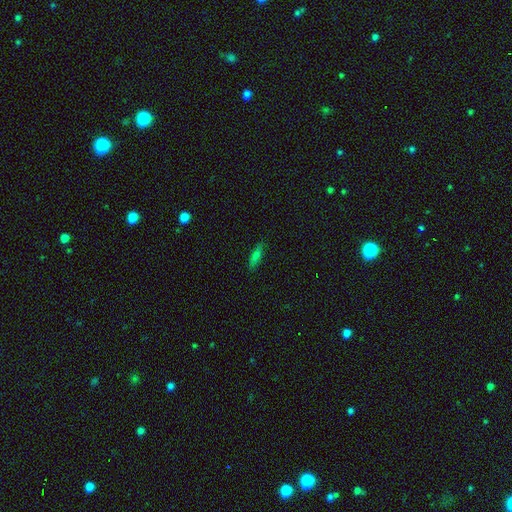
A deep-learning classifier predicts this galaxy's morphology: Smooth or featured? smooth (69%)
How rounded? cigar-shaped (65%)
Merging? none (86%)